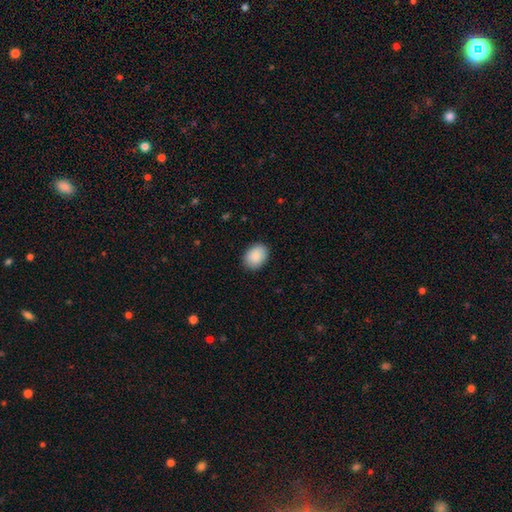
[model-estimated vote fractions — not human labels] Overall: smooth (90%). How rounded: in between (74%). Merging: none (88%).